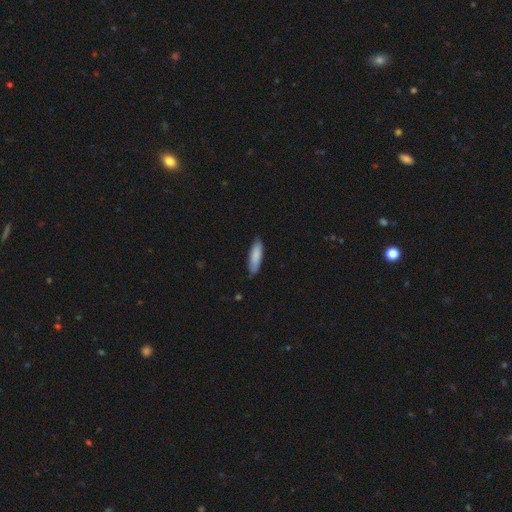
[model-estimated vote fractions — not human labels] Q: Smooth or featured?
A: smooth (85%); runner-up: featured or disk (9%)
Q: How rounded?
A: cigar-shaped (59%); runner-up: in between (40%)
Q: Merging?
A: none (81%); runner-up: minor disturbance (15%)